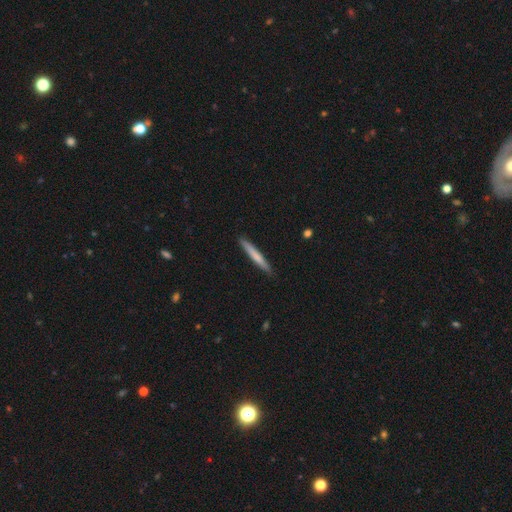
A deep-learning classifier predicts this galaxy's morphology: type=smooth (69%); roundness=cigar-shaped (96%); merging=none (90%).